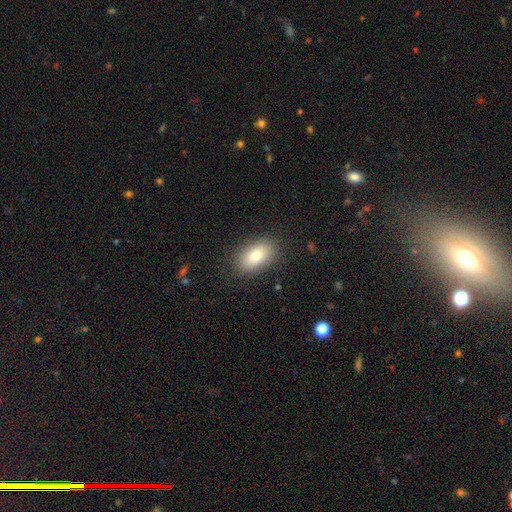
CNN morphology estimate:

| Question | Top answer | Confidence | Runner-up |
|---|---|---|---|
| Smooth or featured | smooth | 79% | featured or disk (13%) |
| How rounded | in between | 90% | round (8%) |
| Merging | none | 86% | minor disturbance (10%) |